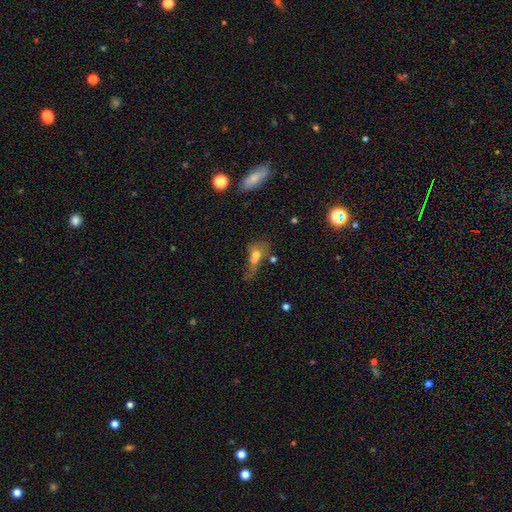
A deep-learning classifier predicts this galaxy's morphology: Q: Smooth or featured?
A: smooth (58%); runner-up: featured or disk (27%)
Q: How rounded?
A: in between (51%); runner-up: round (41%)
Q: Merging?
A: merger (52%); runner-up: none (19%)